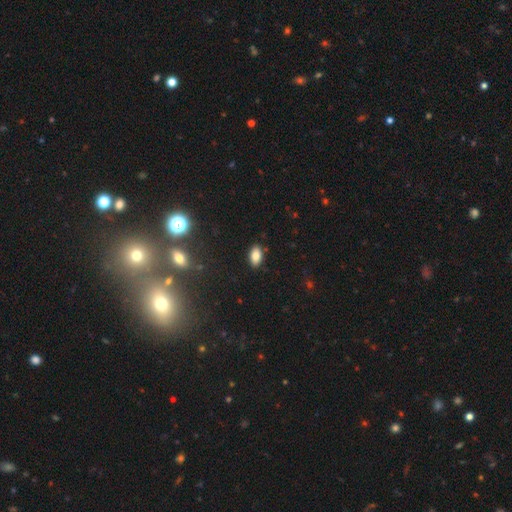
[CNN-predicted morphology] The model was most divided on "smooth or featured": smooth: 82%, star or artifact: 11%, featured or disk: 8%. More confident: how rounded — in between (92%); merging — none (88%).